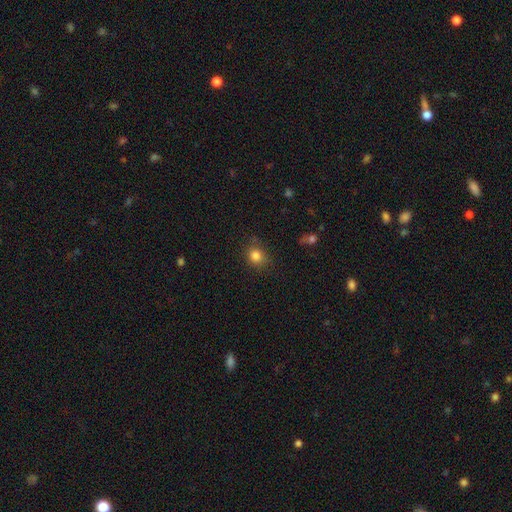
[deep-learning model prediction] Smooth or featured?
  - smooth: 83% *
  - star or artifact: 12%
  - featured or disk: 5%
How rounded?
  - round: 75% *
  - in between: 24%
  - cigar-shaped: 1%
Merging?
  - none: 79% *
  - minor disturbance: 15%
  - major disturbance: 4%
  - merger: 2%